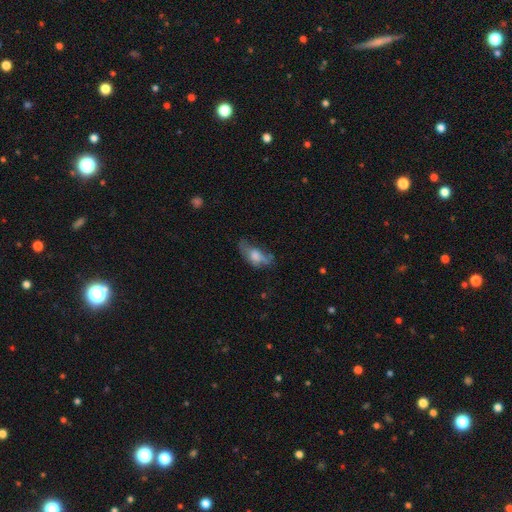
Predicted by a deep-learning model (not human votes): Smooth or featured: smooth — 57% (featured or disk — 33%)
How rounded: in between — 85% (cigar-shaped — 10%)
Merging: none — 33% (major disturbance — 31%)